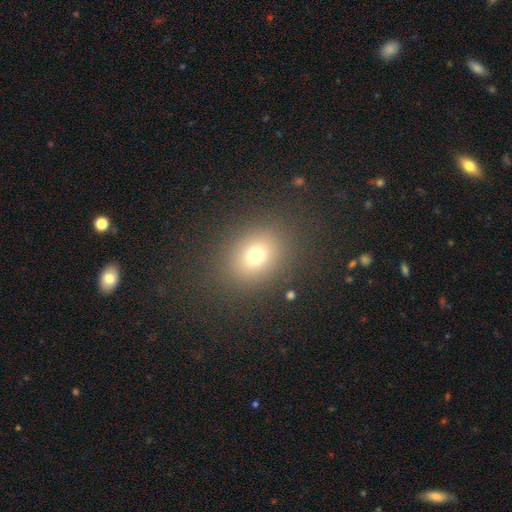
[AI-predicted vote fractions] smooth_or_featured: smooth (p=0.72) [alt: star or artifact p=0.17]
how_rounded: round (p=0.55) [alt: in between p=0.43]
merging: none (p=0.85) [alt: minor disturbance p=0.08]